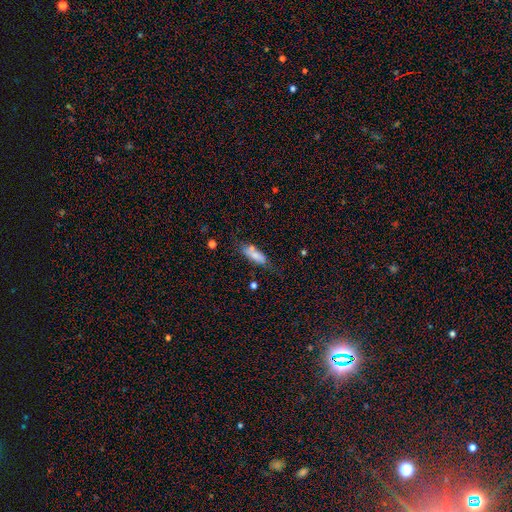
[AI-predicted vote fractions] Smooth or featured?
  - smooth: 73% *
  - featured or disk: 18%
  - star or artifact: 9%
How rounded?
  - in between: 62% *
  - cigar-shaped: 35%
  - round: 3%
Merging?
  - none: 56% *
  - minor disturbance: 23%
  - merger: 13%
  - major disturbance: 8%